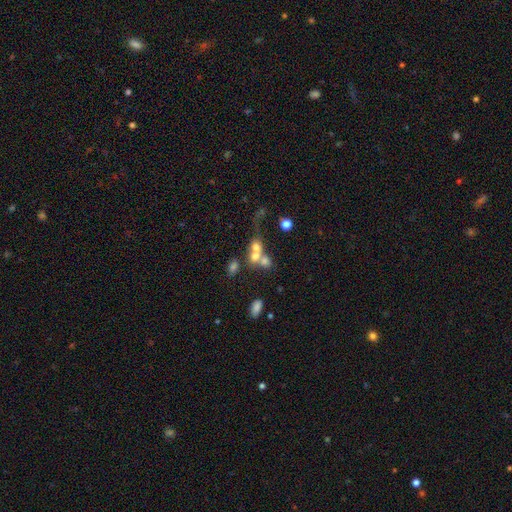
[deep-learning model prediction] Smooth or featured?
  - smooth: 58% *
  - featured or disk: 27%
  - star or artifact: 15%
How rounded?
  - round: 56% *
  - in between: 41%
  - cigar-shaped: 3%
Merging?
  - merger: 65% *
  - none: 19%
  - major disturbance: 9%
  - minor disturbance: 7%